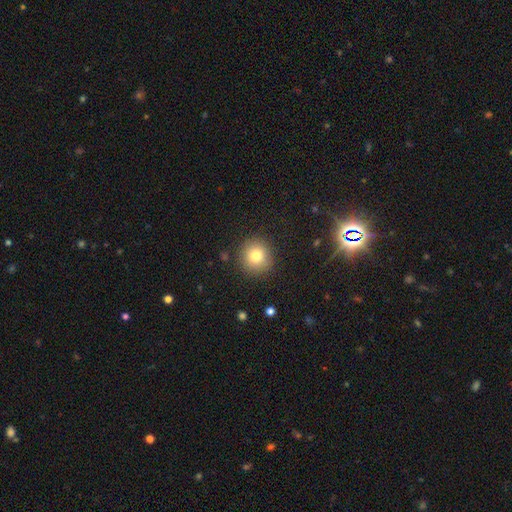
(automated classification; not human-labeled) This appears to be a smooth galaxy with no disk features (78%) that is round (93%). Merging: none (90%).